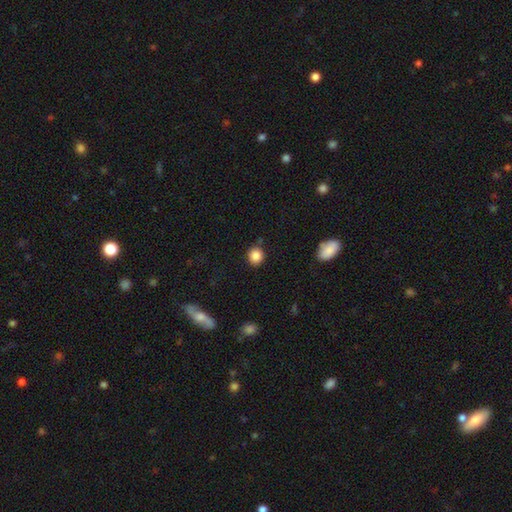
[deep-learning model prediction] Smooth or featured? smooth (86%)
How rounded? round (87%)
Merging? none (84%)